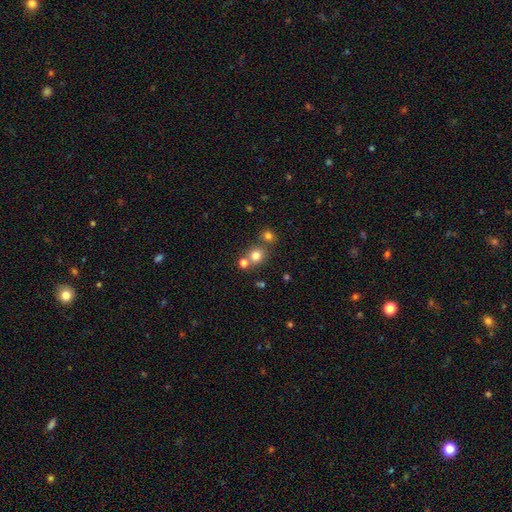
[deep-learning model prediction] smooth-or-featured: smooth: 75% | star or artifact: 16% | featured or disk: 9%
  how-rounded: round: 82% | in between: 17% | cigar-shaped: 1%
  merging: none: 61% | merger: 28% | minor disturbance: 8% | major disturbance: 3%